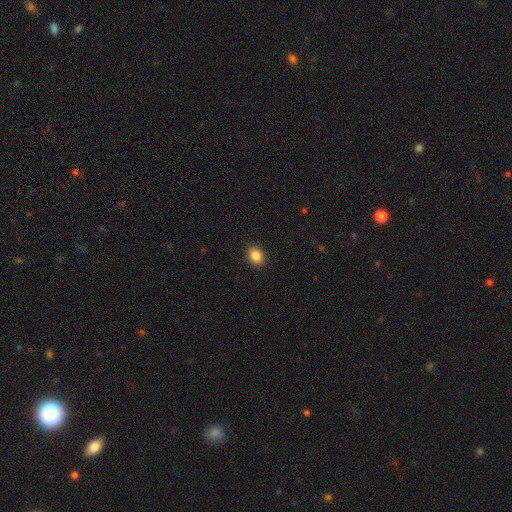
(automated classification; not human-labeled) This appears to be a smooth galaxy with no disk features (87%) that is in between round and cigar-shaped (62%). Merging: none (91%).